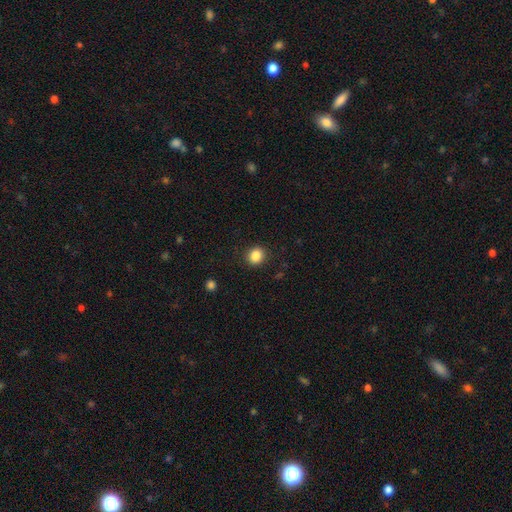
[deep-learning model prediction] Q: Smooth or featured?
A: smooth (86%); runner-up: star or artifact (10%)
Q: How rounded?
A: round (79%); runner-up: in between (21%)
Q: Merging?
A: none (90%); runner-up: minor disturbance (7%)